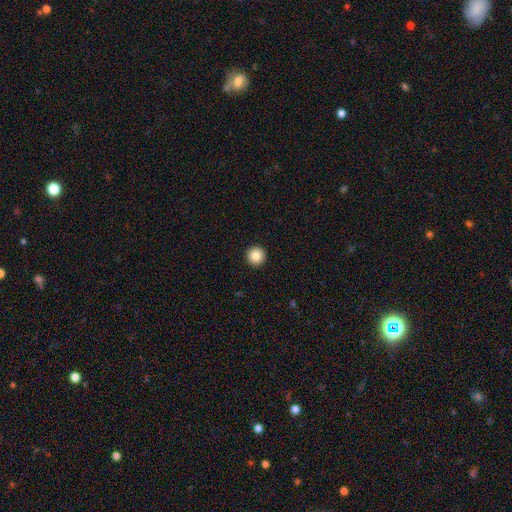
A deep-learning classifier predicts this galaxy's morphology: Smooth or featured? smooth (85%)
How rounded? round (97%)
Merging? none (94%)